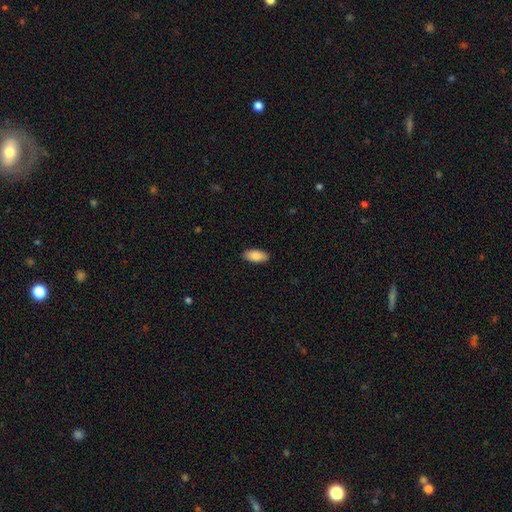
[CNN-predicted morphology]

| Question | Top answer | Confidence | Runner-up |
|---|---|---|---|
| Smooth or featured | smooth | 89% | star or artifact (6%) |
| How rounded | in between | 90% | cigar-shaped (8%) |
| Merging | none | 90% | minor disturbance (8%) |